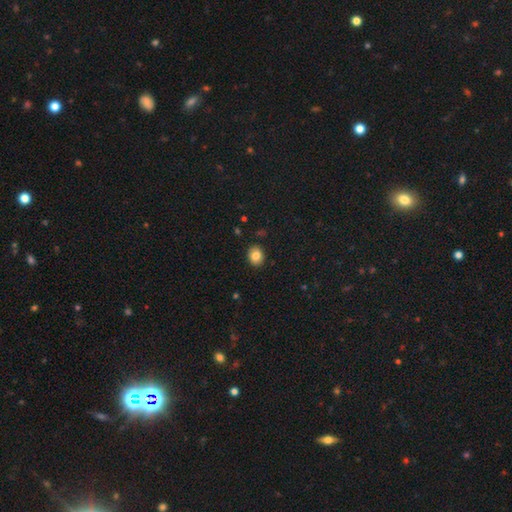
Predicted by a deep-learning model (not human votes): Morphology: type=smooth (83%); roundness=round (55%); merging=none (90%).